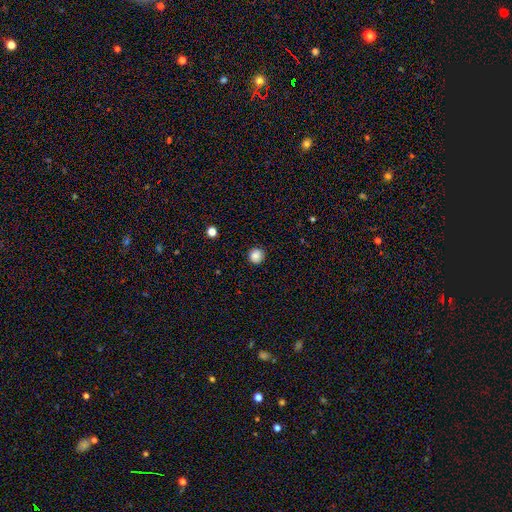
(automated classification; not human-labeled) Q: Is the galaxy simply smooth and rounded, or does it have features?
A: smooth — 86%.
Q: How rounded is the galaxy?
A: round — 94%.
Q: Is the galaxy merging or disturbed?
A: none — 91%.